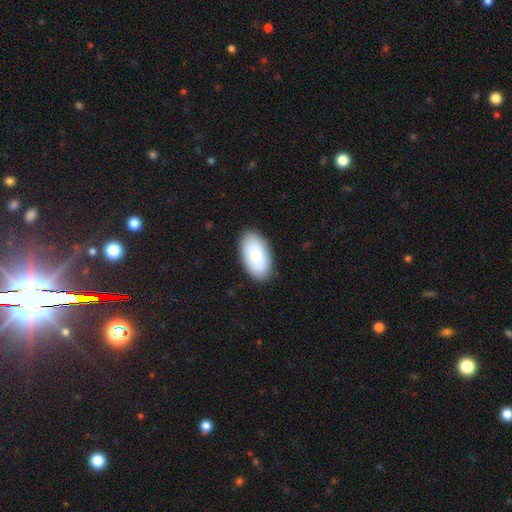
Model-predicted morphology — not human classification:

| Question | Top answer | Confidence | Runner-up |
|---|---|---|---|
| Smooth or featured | smooth | 76% | featured or disk (19%) |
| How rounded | in between | 95% | round (3%) |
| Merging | none | 87% | minor disturbance (10%) |